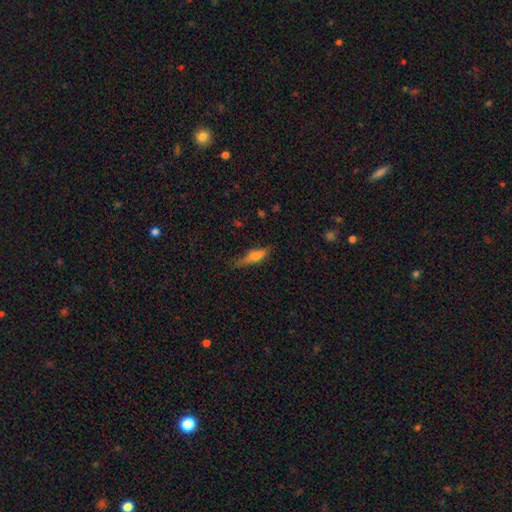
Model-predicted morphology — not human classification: This appears to be a smooth galaxy with no disk features (57%) that is cigar-shaped (64%). Merging: none (73%).